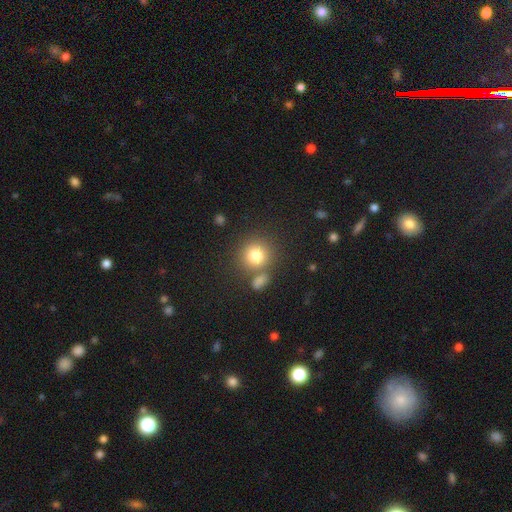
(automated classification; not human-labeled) Smooth or featured?
  - smooth: 80% *
  - star or artifact: 11%
  - featured or disk: 9%
How rounded?
  - round: 88% *
  - in between: 11%
  - cigar-shaped: 1%
Merging?
  - none: 68% *
  - merger: 18%
  - minor disturbance: 10%
  - major disturbance: 4%